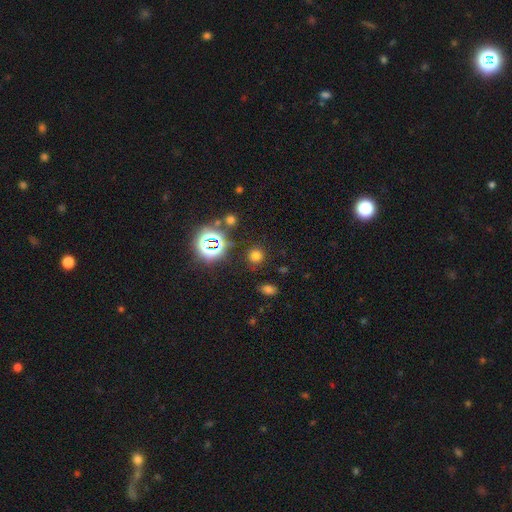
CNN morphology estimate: type=smooth (65%); roundness=round (89%); merging=none (85%).